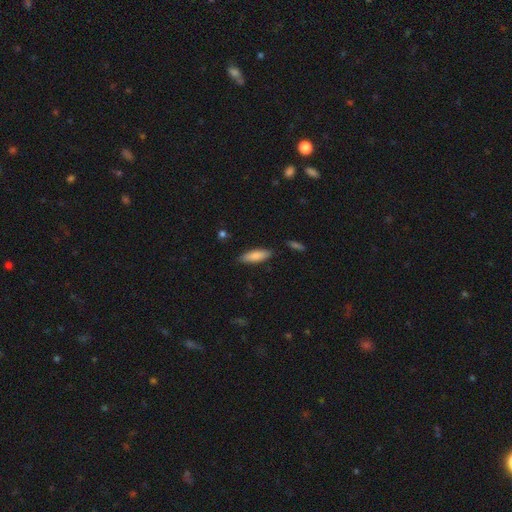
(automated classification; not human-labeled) Smooth or featured: smooth — 83% (featured or disk — 11%)
How rounded: in between — 51% (cigar-shaped — 47%)
Merging: none — 85% (minor disturbance — 11%)